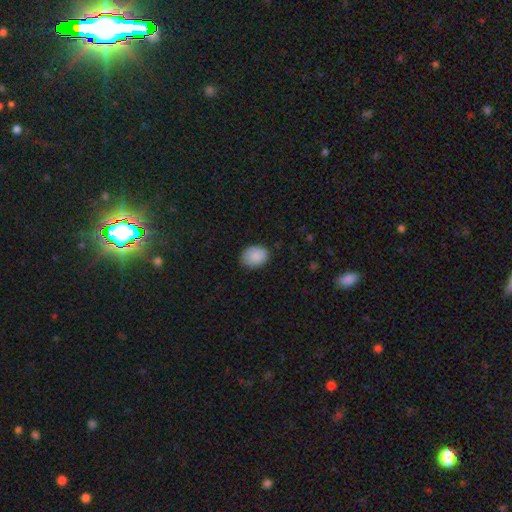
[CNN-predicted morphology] Overall: smooth (89%). How rounded: in between (65%; round 34%). Merging: none (82%).